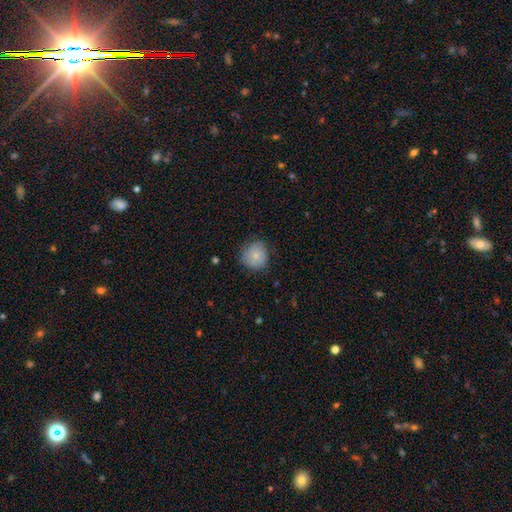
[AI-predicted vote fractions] A smooth galaxy with no disk features (76%) that is round (85%). Merging: none (68%).